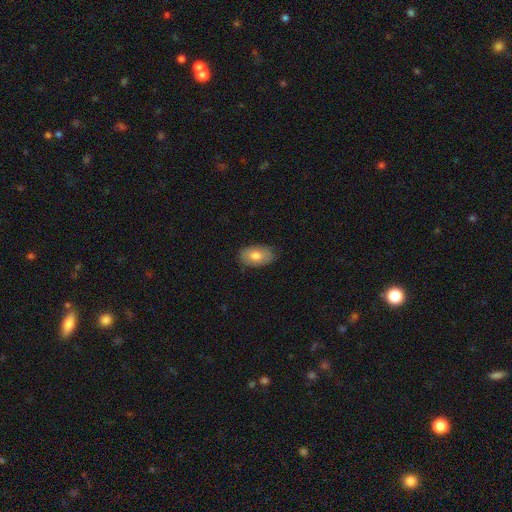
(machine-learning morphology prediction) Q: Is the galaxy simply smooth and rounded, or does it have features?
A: smooth — 77%.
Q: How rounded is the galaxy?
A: in between — 93%.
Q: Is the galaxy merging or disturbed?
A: none — 81%.